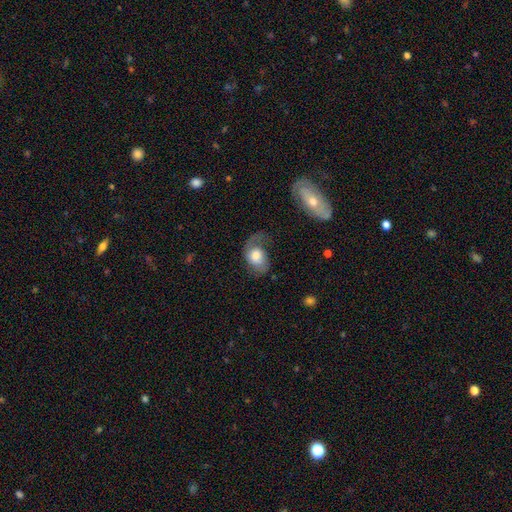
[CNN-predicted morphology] smooth_or_featured: smooth (p=0.46) [tied with: featured or disk p=0.46]
merging: none (p=0.37) [alt: major disturbance p=0.36]